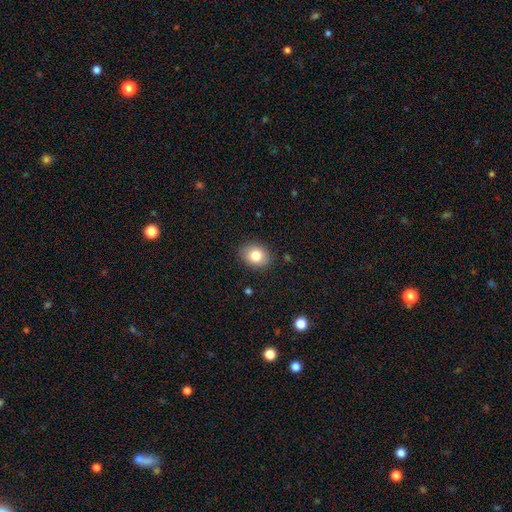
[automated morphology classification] Q: Smooth or featured?
A: smooth (82%); runner-up: featured or disk (10%)
Q: How rounded?
A: in between (55%); runner-up: round (44%)
Q: Merging?
A: none (86%); runner-up: minor disturbance (10%)